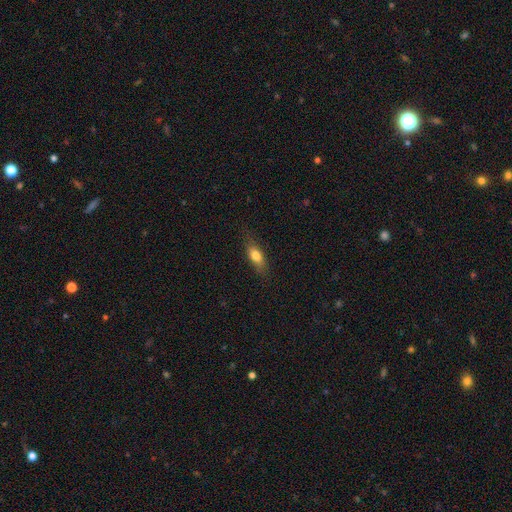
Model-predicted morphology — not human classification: This appears to be a smooth galaxy with no disk features (75%) that is in between round and cigar-shaped (69%). Merging: none (77%).